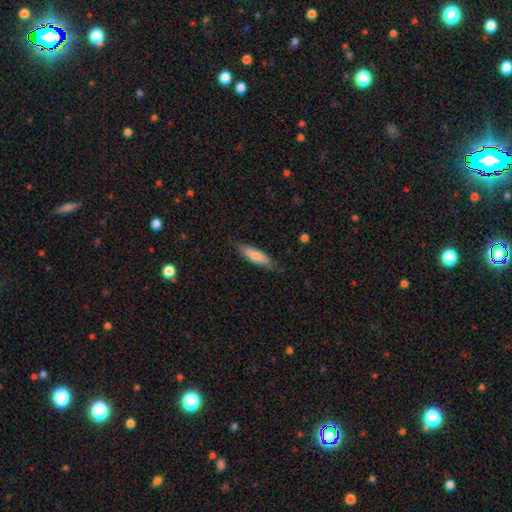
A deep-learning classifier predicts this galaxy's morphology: Smooth or featured?
  - smooth: 76% *
  - featured or disk: 18%
  - star or artifact: 5%
How rounded?
  - cigar-shaped: 60% *
  - in between: 38%
  - round: 2%
Merging?
  - none: 73% *
  - minor disturbance: 22%
  - major disturbance: 4%
  - merger: 1%